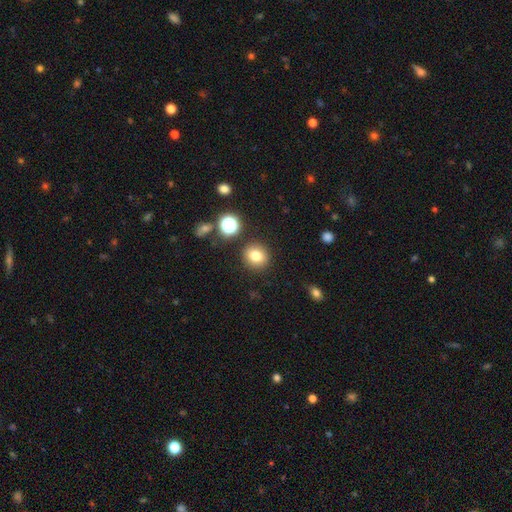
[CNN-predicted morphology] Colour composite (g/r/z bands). It shows a smooth galaxy with no disk features (78%) that is round (84%). Merging: none (87%).